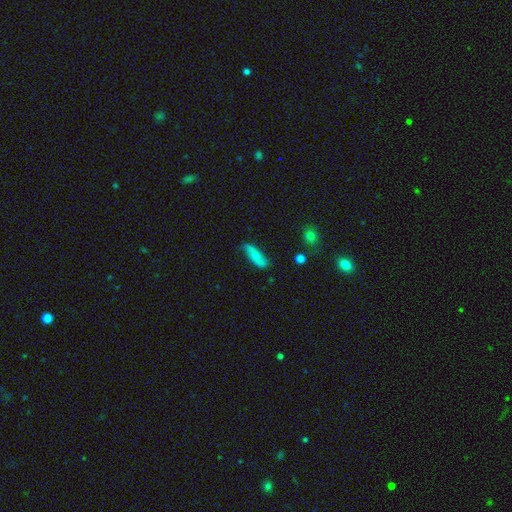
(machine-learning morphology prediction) Overall: smooth (55%; featured or disk 39%). How rounded: in between (52%; cigar-shaped 45%). Merging: none (70%).